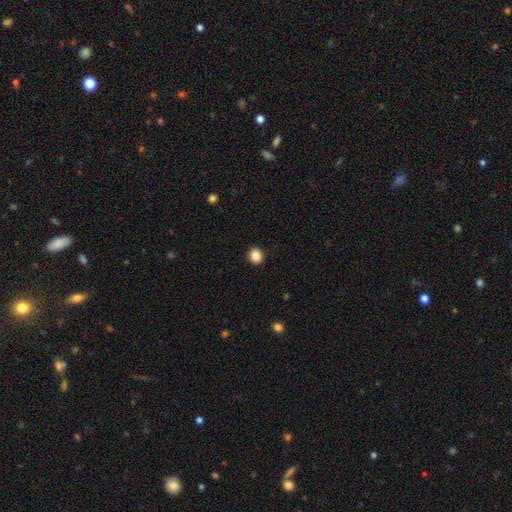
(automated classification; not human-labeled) The model was most divided on "how rounded": round: 65%, in between: 35%, cigar-shaped: 1%. More confident: merging — none (91%); smooth or featured — smooth (88%).